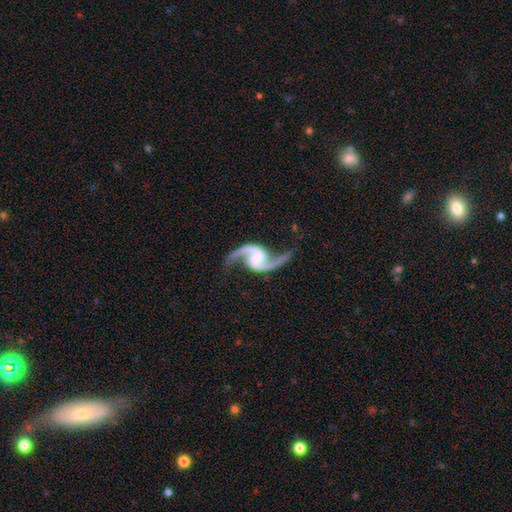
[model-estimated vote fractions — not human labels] A featured or disk galaxy (94%) with no bar (46%), 2 (95%) loose (68%) spiral arms (99%) and no central bulge (58%).

Vote fractions:
- Smooth or featured? featured or disk: 94% / star or artifact: 3% / smooth: 2%
- Edge-on disk? no: 98% / yes: 2%
- Bar? no: 46% / weak: 37% / strong: 16%
- Spiral arms? yes: 99% / no: 1%
- Spiral winding? loose: 68% / medium: 28% / tight: 5%
- Spiral arm count? 2: 95% / 1: 1% / can't tell: 1% / 3: 1% / 4: 1% / more than 4: 1%
- Bulge size? none: 58% / small: 21% / moderate: 12% / large: 7% / dominant: 2%
- Merging? none: 80% / minor disturbance: 13% / major disturbance: 6% / merger: 2%